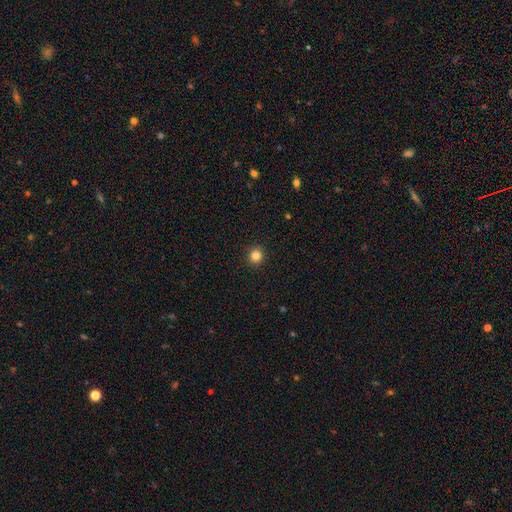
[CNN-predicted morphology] Smooth or featured?
  - smooth: 84% *
  - star or artifact: 12%
  - featured or disk: 4%
How rounded?
  - round: 92% *
  - in between: 7%
  - cigar-shaped: 1%
Merging?
  - none: 93% *
  - minor disturbance: 4%
  - major disturbance: 2%
  - merger: 1%